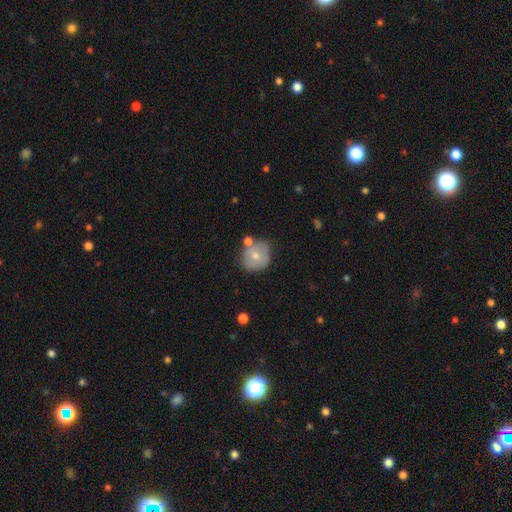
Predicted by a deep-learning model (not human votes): Smooth or featured?
  - smooth: 66% *
  - featured or disk: 26%
  - star or artifact: 8%
How rounded?
  - round: 82% *
  - in between: 17%
  - cigar-shaped: 1%
Merging?
  - none: 60% *
  - minor disturbance: 19%
  - merger: 16%
  - major disturbance: 5%